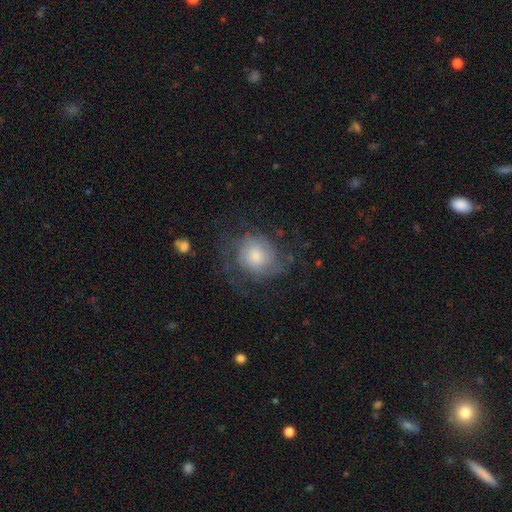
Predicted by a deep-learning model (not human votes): This appears to be a featured or disk galaxy (60%) with no bar (71%), spiral arms (86%) and a moderate central bulge (44%). Merging: none (61%).